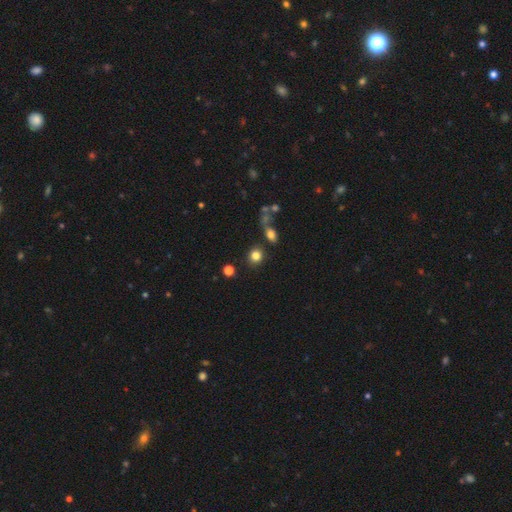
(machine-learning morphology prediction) smooth-or-featured: smooth: 81% | star or artifact: 12% | featured or disk: 6%
  how-rounded: round: 82% | in between: 17% | cigar-shaped: 1%
  merging: none: 79% | minor disturbance: 9% | merger: 8% | major disturbance: 4%